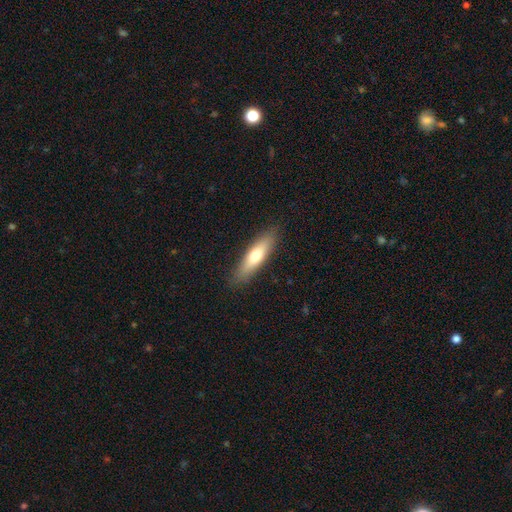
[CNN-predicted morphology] A smooth galaxy with no disk features (64%) that is cigar-shaped (68%).

Vote fractions:
- Smooth or featured? smooth: 64% / featured or disk: 30% / star or artifact: 6%
- How rounded? cigar-shaped: 68% / in between: 30% / round: 2%
- Merging? none: 87% / minor disturbance: 10% / major disturbance: 2% / merger: 1%